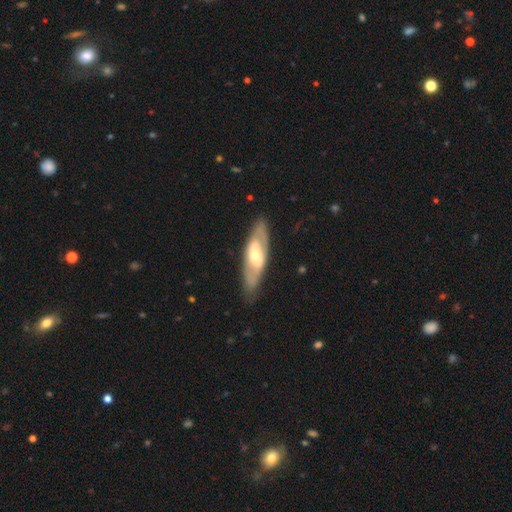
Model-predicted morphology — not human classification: This appears to be a featured or disk galaxy (61%). Merging: none (80%).